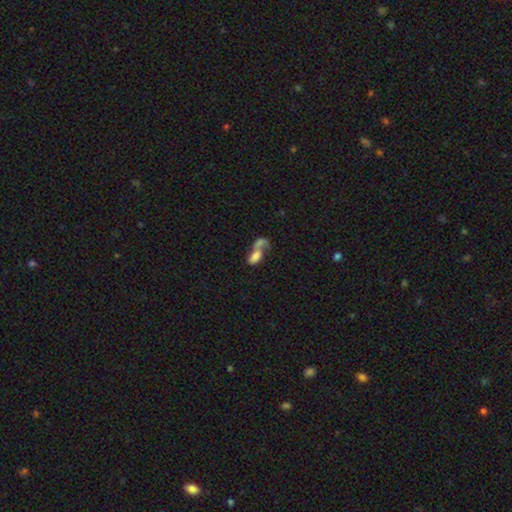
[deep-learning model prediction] A smooth galaxy with no disk features (64%) that is in between round and cigar-shaped (86%).

Vote fractions:
- Smooth or featured? smooth: 64% / featured or disk: 25% / star or artifact: 11%
- How rounded? in between: 86% / cigar-shaped: 7% / round: 7%
- Merging? merger: 63% / none: 15% / major disturbance: 14% / minor disturbance: 7%